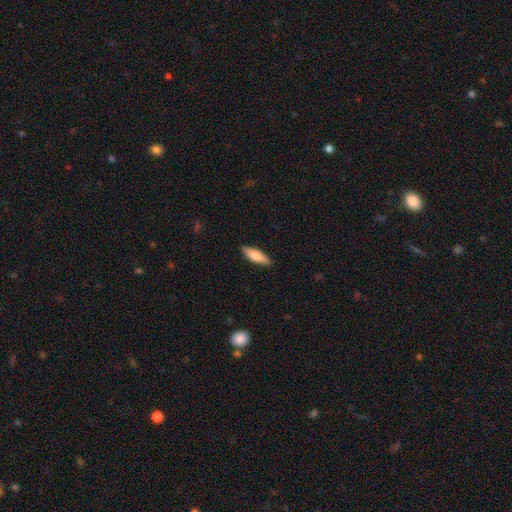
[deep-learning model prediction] Smooth or featured? smooth (79%)
How rounded? cigar-shaped (56%)
Merging? none (88%)